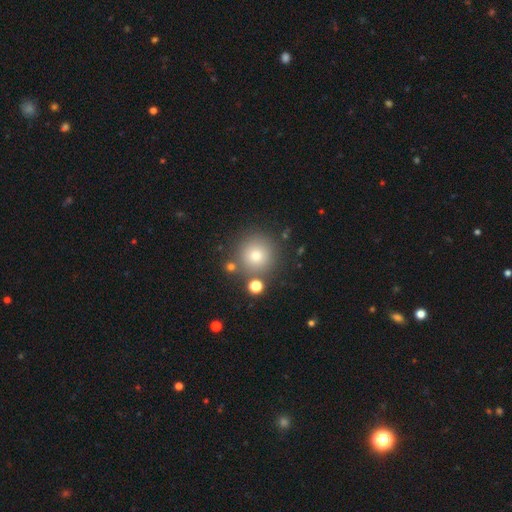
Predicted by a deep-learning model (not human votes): smooth 75%, star or artifact 15%, featured or disk 10%. Down the decision tree: how rounded — round (94%); merging — none (82%).